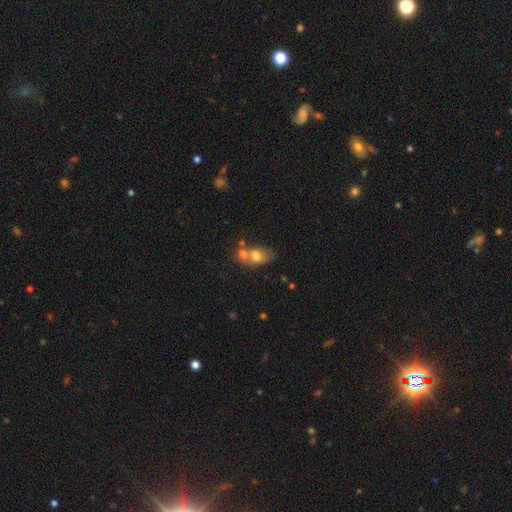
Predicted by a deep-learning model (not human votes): Overall: smooth (70%). How rounded: in between (71%). Merging: merger (55%; none 28%).